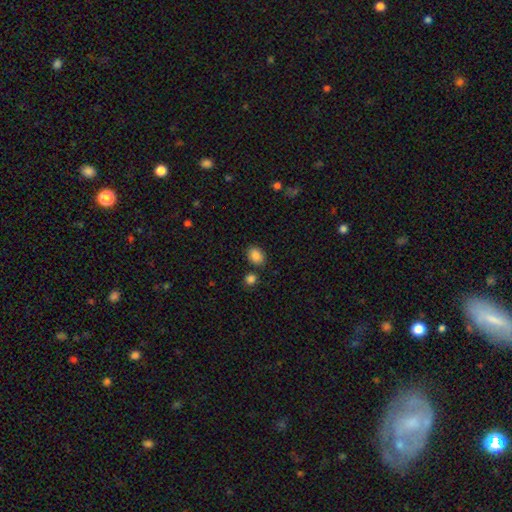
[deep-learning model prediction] This appears to be a smooth galaxy with no disk features (87%) that is in between round and cigar-shaped (66%). Merging: none (80%).